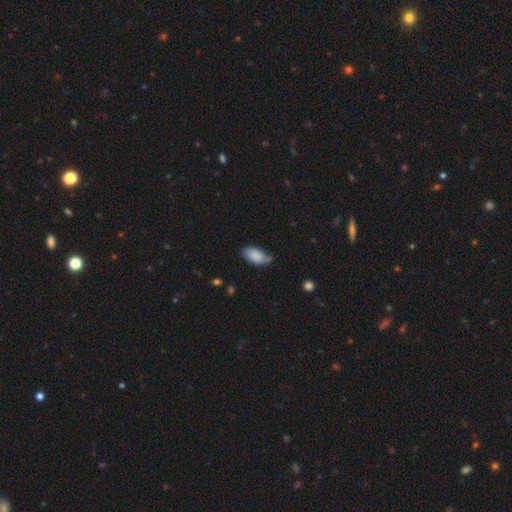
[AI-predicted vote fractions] Q: Smooth or featured?
A: smooth (79%); runner-up: featured or disk (14%)
Q: How rounded?
A: in between (94%); runner-up: round (4%)
Q: Merging?
A: none (49%); runner-up: minor disturbance (36%)